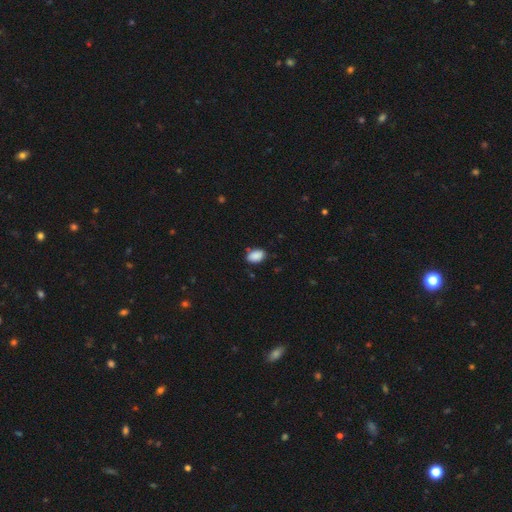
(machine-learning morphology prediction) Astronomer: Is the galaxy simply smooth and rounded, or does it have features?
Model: smooth — 89%.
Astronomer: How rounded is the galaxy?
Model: in between — 88%.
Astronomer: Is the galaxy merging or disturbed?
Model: none — 80%.